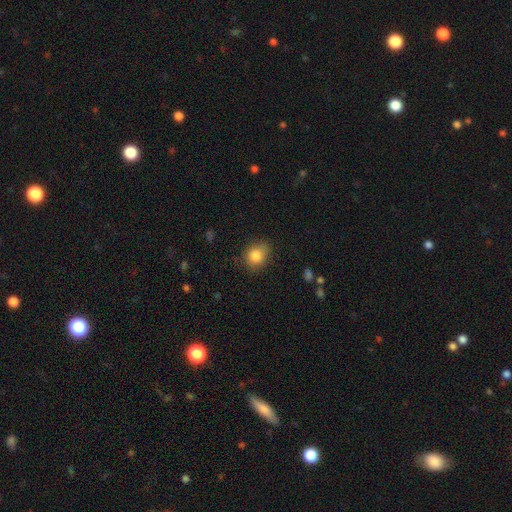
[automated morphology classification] smooth 83%, star or artifact 9%, featured or disk 7%. Down the decision tree: how rounded — round (62%); merging — none (75%).